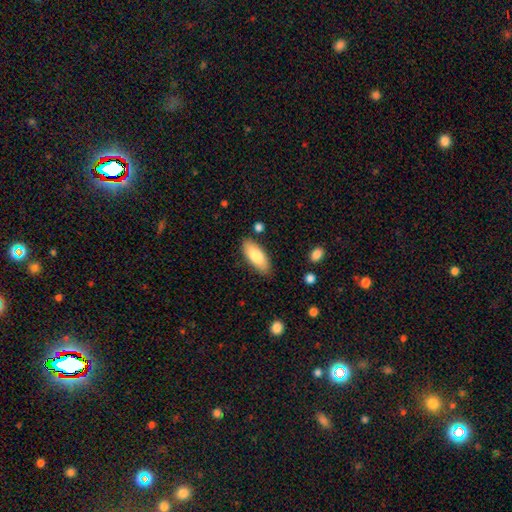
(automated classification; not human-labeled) Smooth or featured?
  - smooth: 80% *
  - featured or disk: 14%
  - star or artifact: 6%
How rounded?
  - in between: 81% *
  - cigar-shaped: 17%
  - round: 2%
Merging?
  - none: 83% *
  - minor disturbance: 12%
  - major disturbance: 3%
  - merger: 2%